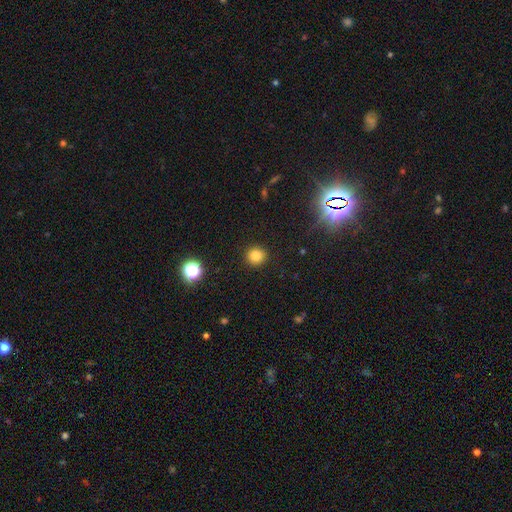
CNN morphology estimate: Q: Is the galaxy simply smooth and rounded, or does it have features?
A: smooth — 81%.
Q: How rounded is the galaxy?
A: round — 92%.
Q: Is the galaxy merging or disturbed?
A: none — 92%.